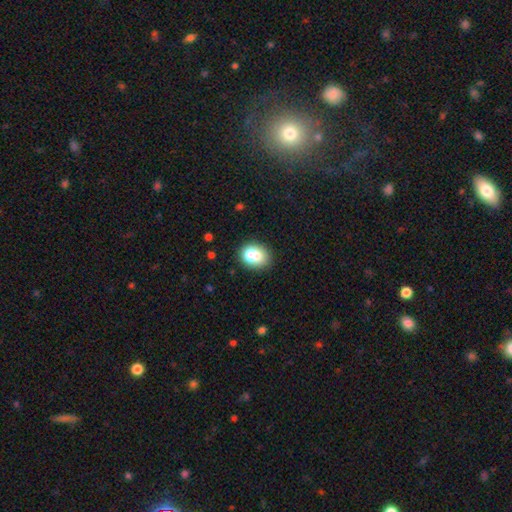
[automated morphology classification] The model was most divided on "how rounded": round: 50%, in between: 49%, cigar-shaped: 1%. Remaining: smooth or featured — smooth (73%); merging — none (50%).